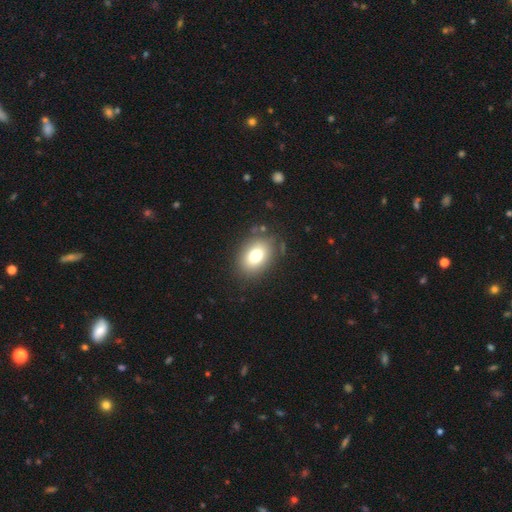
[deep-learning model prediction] smooth-or-featured: smooth: 76% | featured or disk: 13% | star or artifact: 10%
  how-rounded: in between: 75% | round: 24% | cigar-shaped: 1%
  merging: none: 83% | minor disturbance: 11% | major disturbance: 4% | merger: 2%